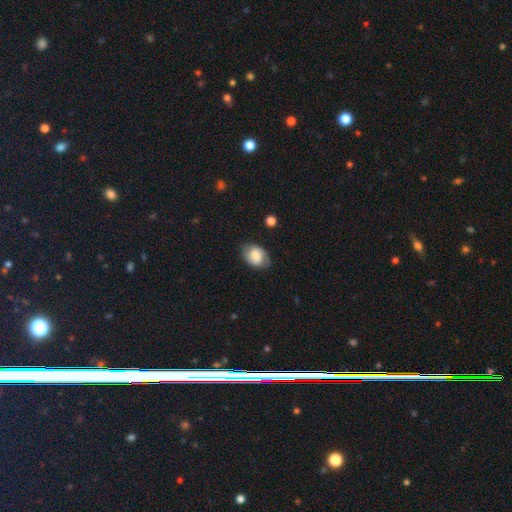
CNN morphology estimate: Q: Smooth or featured?
A: smooth (58%); runner-up: featured or disk (33%)
Q: How rounded?
A: in between (76%); runner-up: round (23%)
Q: Merging?
A: none (73%); runner-up: minor disturbance (20%)